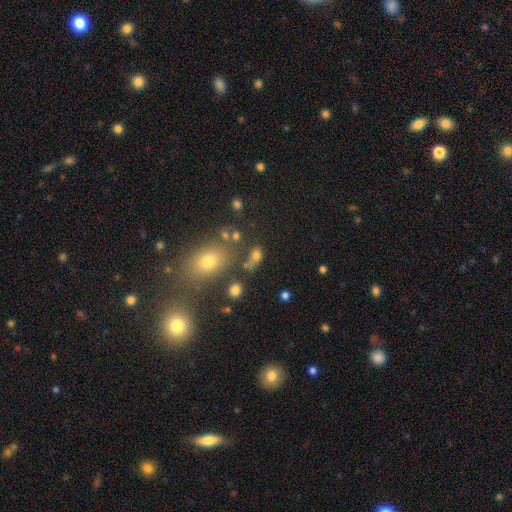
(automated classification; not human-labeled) Morphology: type=smooth (72%); roundness=in between (72%); merging=none (48%).